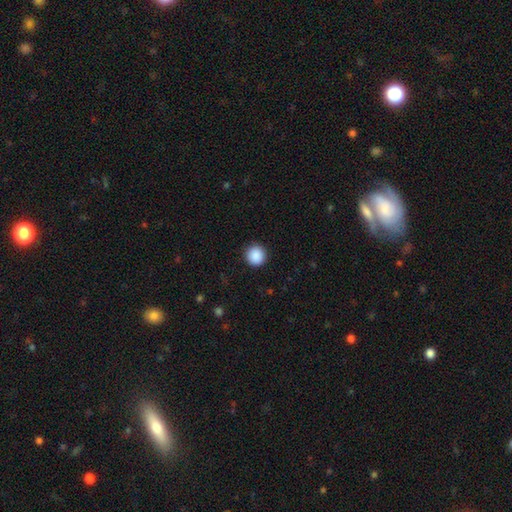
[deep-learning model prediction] Smooth or featured: smooth — 89% (star or artifact — 8%)
How rounded: round — 95% (in between — 4%)
Merging: none — 92% (minor disturbance — 5%)